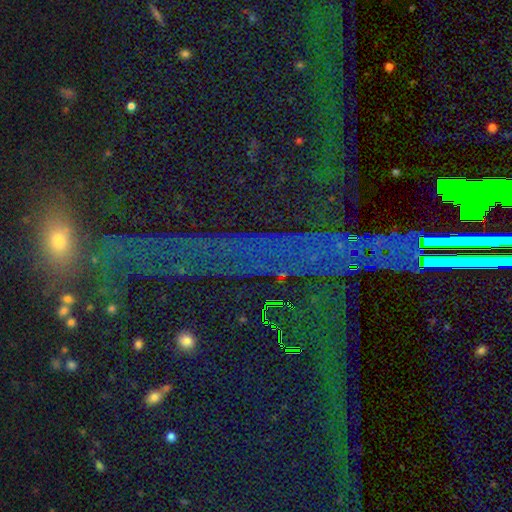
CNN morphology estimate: This is clearly a star or artifact rather than a galaxy (80%).